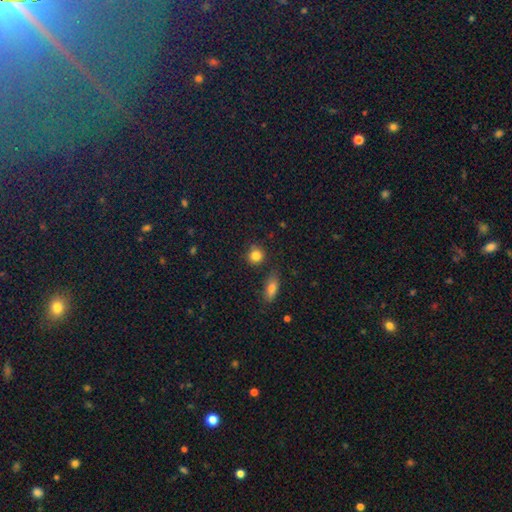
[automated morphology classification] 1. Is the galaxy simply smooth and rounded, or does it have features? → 84% smooth, 11% star or artifact, 5% featured or disk.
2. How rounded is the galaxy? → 85% round, 14% in between, 1% cigar-shaped.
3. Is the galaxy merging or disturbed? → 80% none, 12% minor disturbance, 5% merger, 3% major disturbance.